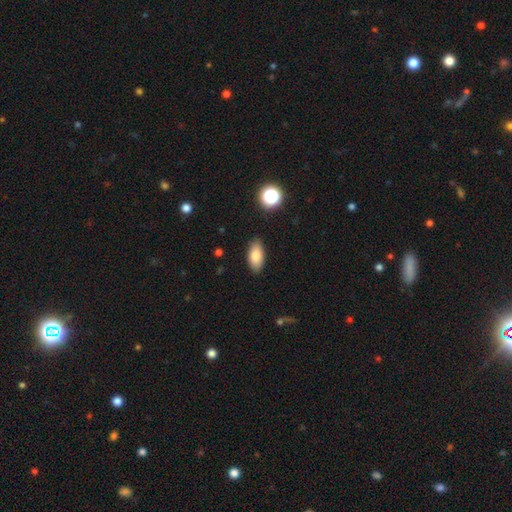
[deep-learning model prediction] Smooth or featured? smooth (82%)
How rounded? in between (90%)
Merging? none (87%)